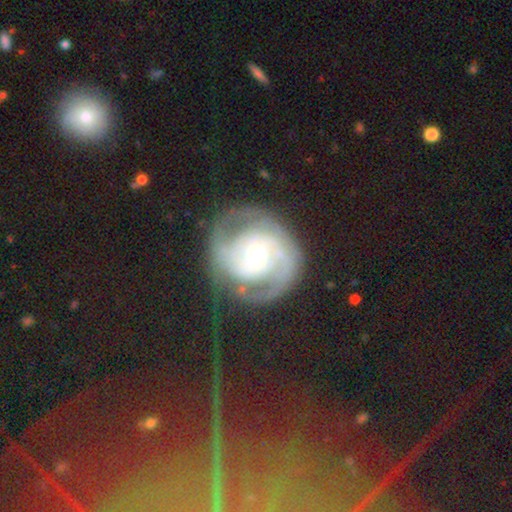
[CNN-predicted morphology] A featured or disk galaxy (85%) with no bar (67%), 2 (64%) tight (54%) spiral arms (93%) and a small central bulge (56%). Merging: none (66%).